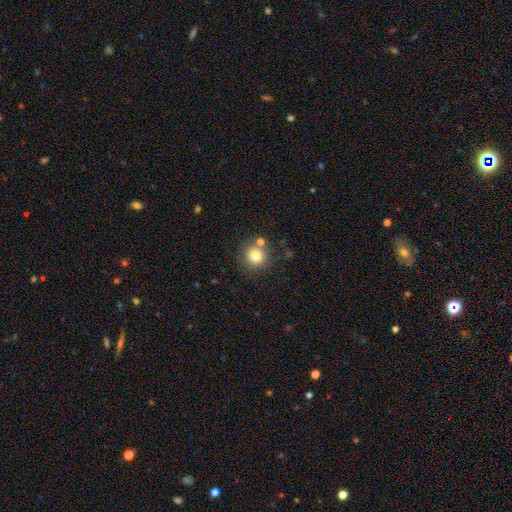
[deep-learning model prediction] The model was most divided on "merging": none: 75%, merger: 12%, minor disturbance: 9%, major disturbance: 3%. More confident: how rounded — round (93%); smooth or featured — smooth (78%).